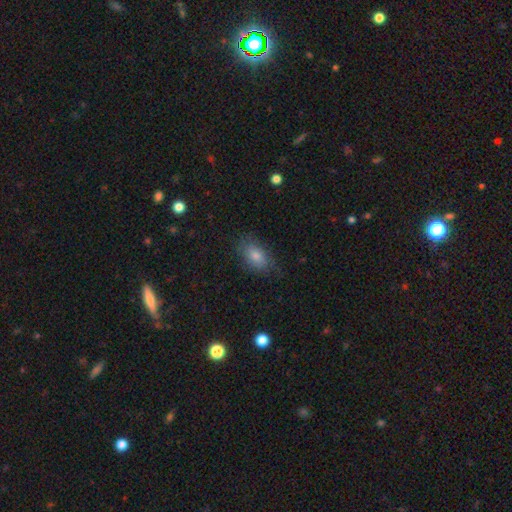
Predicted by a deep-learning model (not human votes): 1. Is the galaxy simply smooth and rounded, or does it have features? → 73% smooth, 16% featured or disk, 11% star or artifact.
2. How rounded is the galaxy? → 86% in between, 11% round, 3% cigar-shaped.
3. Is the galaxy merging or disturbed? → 75% none, 18% minor disturbance, 6% major disturbance, 1% merger.